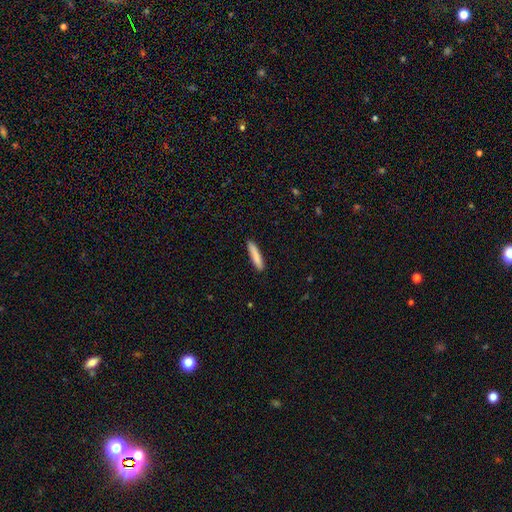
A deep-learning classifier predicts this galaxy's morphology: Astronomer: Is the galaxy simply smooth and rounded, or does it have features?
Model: smooth — 86%.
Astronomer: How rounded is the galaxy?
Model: cigar-shaped — 91%.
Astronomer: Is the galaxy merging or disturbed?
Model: none — 91%.